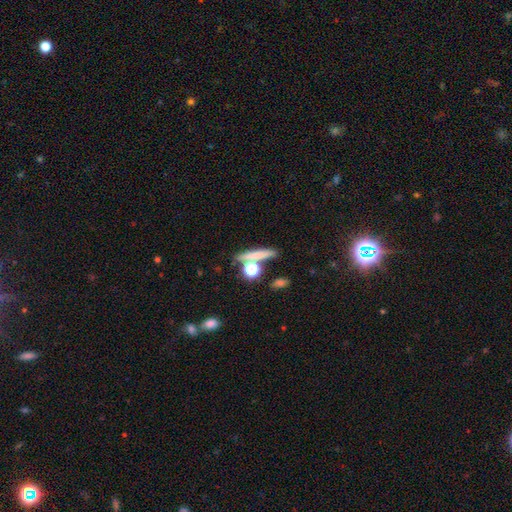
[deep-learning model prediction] Overall: smooth (66%). How rounded: cigar-shaped (65%). Merging: none (69%).